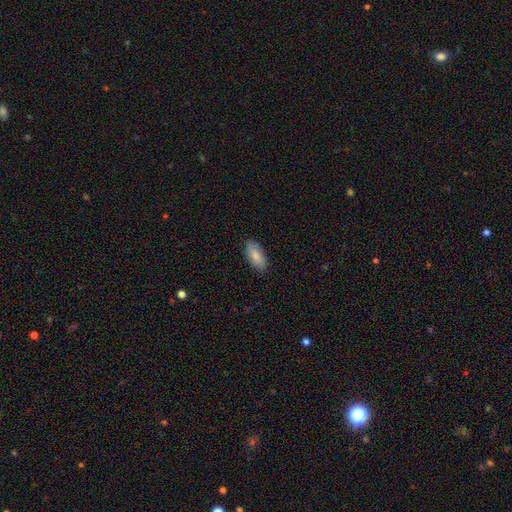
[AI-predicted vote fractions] A smooth galaxy with no disk features (84%) that is in between round and cigar-shaped (92%).

Vote fractions:
- Smooth or featured? smooth: 84% / featured or disk: 10% / star or artifact: 6%
- How rounded? in between: 92% / cigar-shaped: 6% / round: 2%
- Merging? none: 86% / minor disturbance: 11% / major disturbance: 2% / merger: 1%